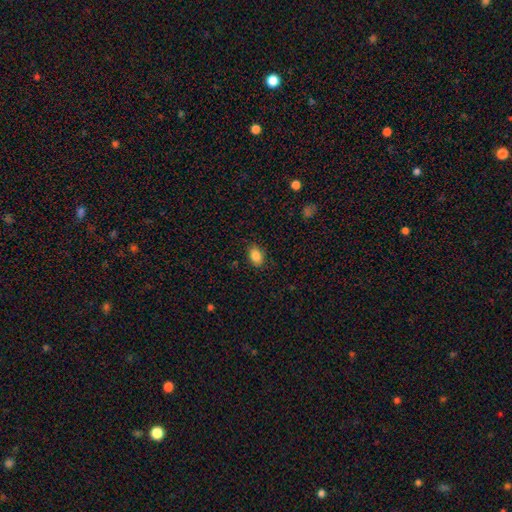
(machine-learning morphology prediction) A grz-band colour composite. It shows a smooth galaxy with no disk features (87%) that is in between round and cigar-shaped (83%). Merging: none (85%).